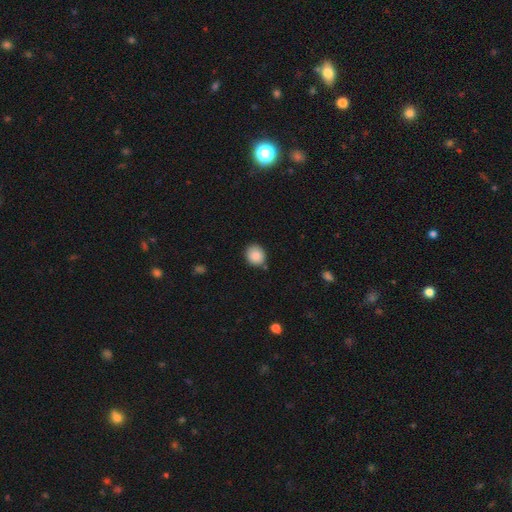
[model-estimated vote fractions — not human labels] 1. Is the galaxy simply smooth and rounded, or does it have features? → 88% smooth, 8% star or artifact, 4% featured or disk.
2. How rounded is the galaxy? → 73% round, 26% in between, 1% cigar-shaped.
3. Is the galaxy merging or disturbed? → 82% none, 12% minor disturbance, 3% merger, 2% major disturbance.